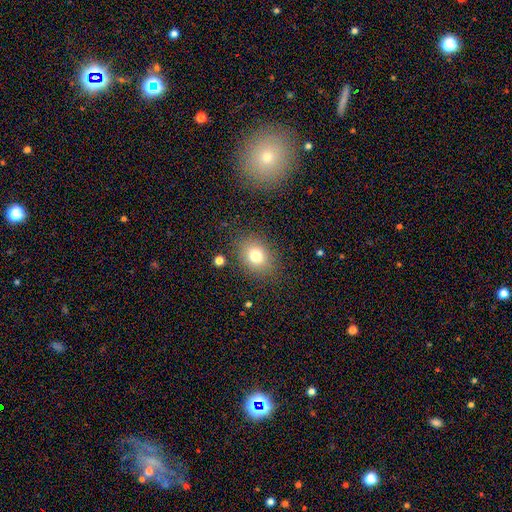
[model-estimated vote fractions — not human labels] Smooth or featured? Predicted: smooth (p=0.77). How rounded? Predicted: in between (p=0.52). Merging? Predicted: none (p=0.83).